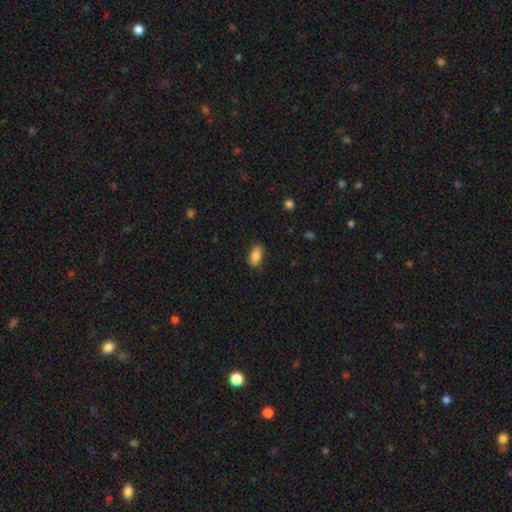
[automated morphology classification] Q: Smooth or featured?
A: smooth (84%); runner-up: featured or disk (9%)
Q: How rounded?
A: in between (87%); runner-up: cigar-shaped (9%)
Q: Merging?
A: none (79%); runner-up: minor disturbance (16%)